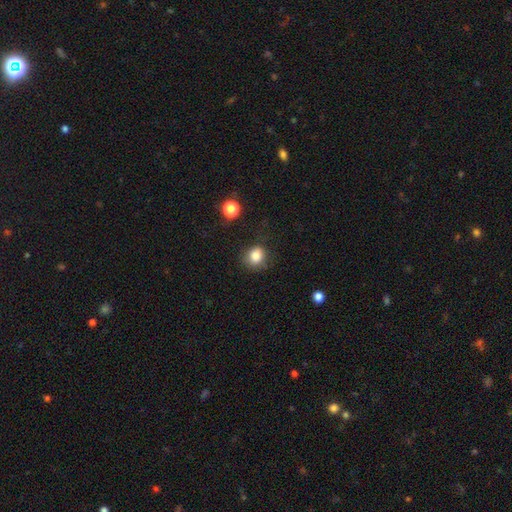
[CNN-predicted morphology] smooth_or_featured: smooth (p=0.84) [alt: star or artifact p=0.11]
how_rounded: round (p=0.74) [alt: in between p=0.26]
merging: none (p=0.72) [alt: minor disturbance p=0.19]